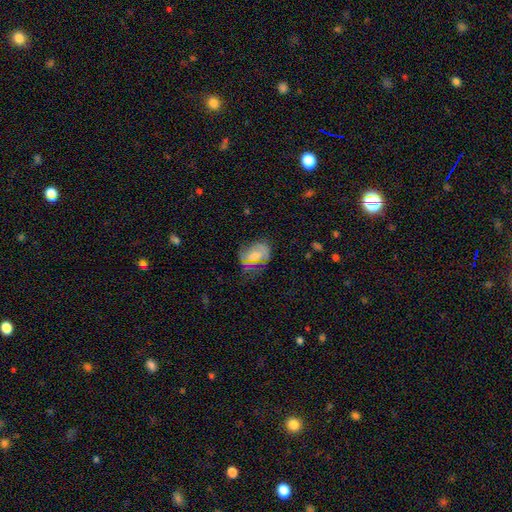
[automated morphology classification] Overall: smooth (57%; featured or disk 28%). How rounded: in between (65%; round 33%). Merging: none (59%; minor disturbance 25%).